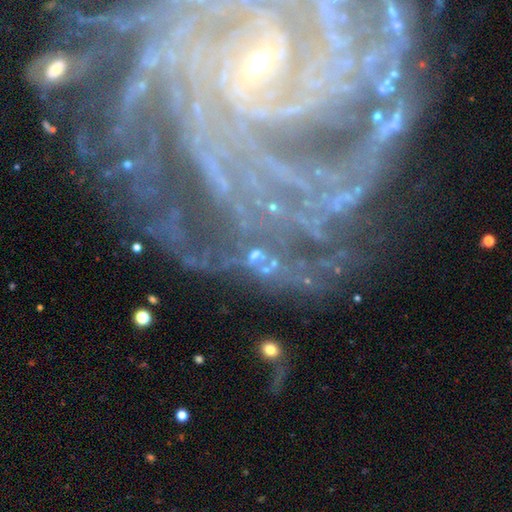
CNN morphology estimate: The model was most divided on "bar": no: 49%, weak: 26%, strong: 25%. More confident: edge-on disk — no (92%); spiral arms — yes (86%); merging — none (63%); bulge size — small (63%); smooth or featured — featured or disk (56%).